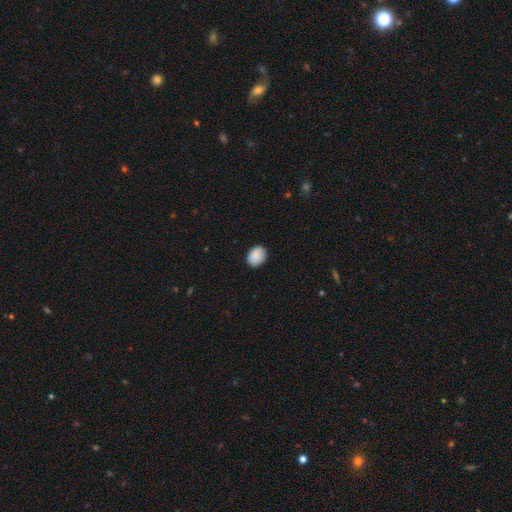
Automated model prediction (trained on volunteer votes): Smooth or featured? Predicted: smooth (p=0.89). How rounded? Predicted: in between (p=0.61). Merging? Predicted: none (p=0.85).